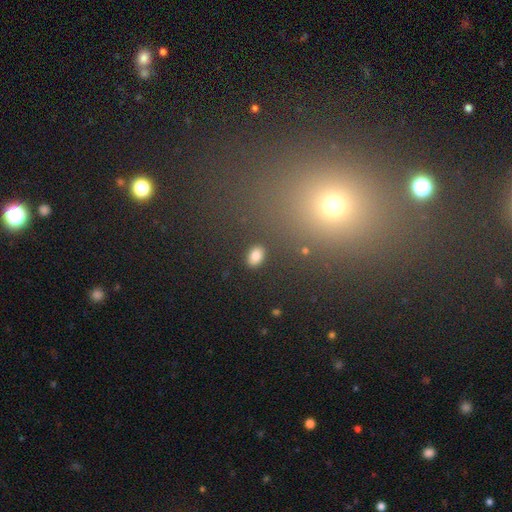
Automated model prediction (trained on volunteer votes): This appears to be a smooth galaxy with no disk features (82%) that is in between round and cigar-shaped (80%). Merging: none (87%).